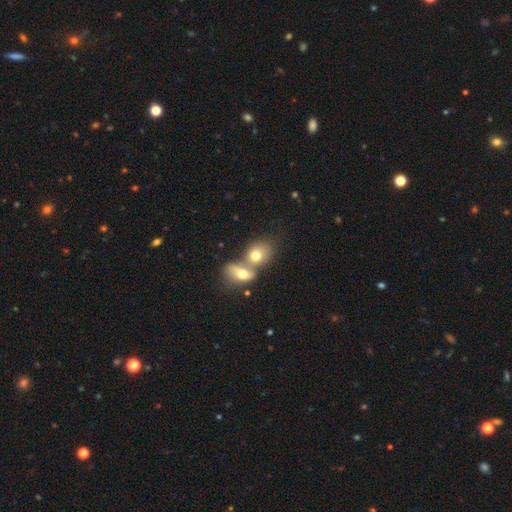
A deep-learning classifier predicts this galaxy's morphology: A smooth galaxy with no disk features (71%) that is in between round and cigar-shaped (58%).

Vote fractions:
- Smooth or featured? smooth: 71% / featured or disk: 20% / star or artifact: 9%
- How rounded? in between: 58% / round: 40% / cigar-shaped: 2%
- Merging? merger: 70% / none: 20% / minor disturbance: 6% / major disturbance: 4%